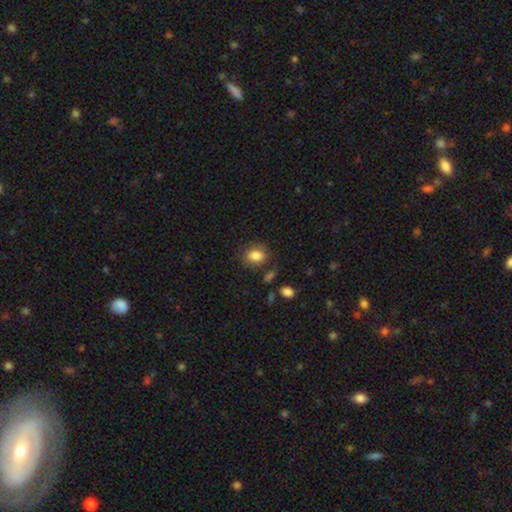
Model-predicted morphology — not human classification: A smooth galaxy with no disk features (85%) that is in between round and cigar-shaped (66%). Merging: none (77%).